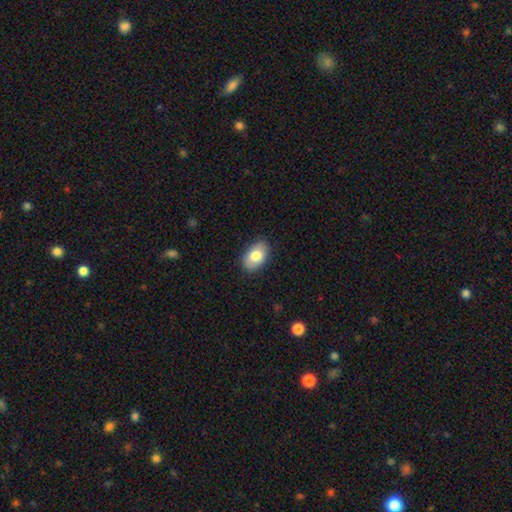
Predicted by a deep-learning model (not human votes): Q: Smooth or featured?
A: smooth (79%); runner-up: featured or disk (14%)
Q: How rounded?
A: in between (90%); runner-up: round (8%)
Q: Merging?
A: none (85%); runner-up: minor disturbance (12%)